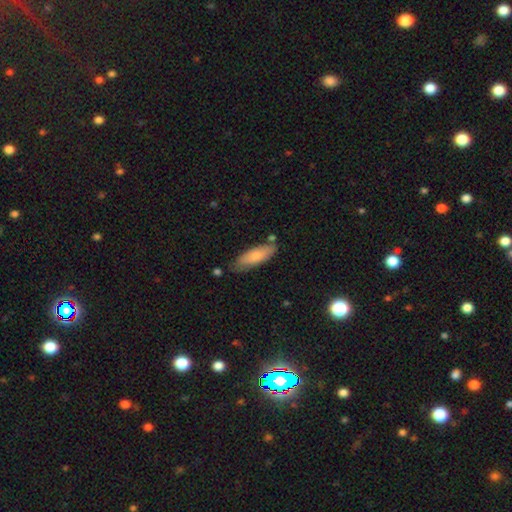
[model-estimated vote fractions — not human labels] A smooth galaxy with no disk features (79%) that is in between round and cigar-shaped (56%). Merging: none (72%).